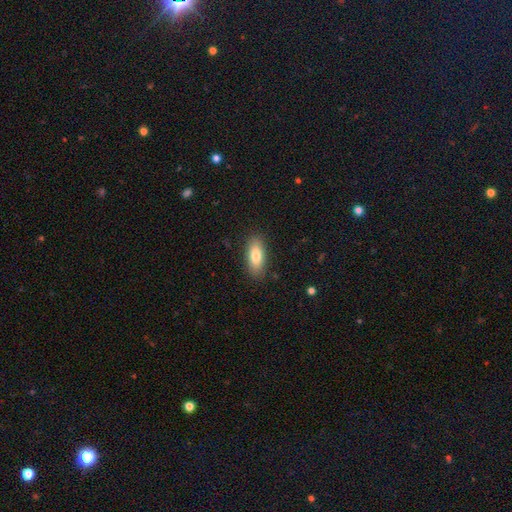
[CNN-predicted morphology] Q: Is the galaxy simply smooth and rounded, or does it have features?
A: smooth — 81%.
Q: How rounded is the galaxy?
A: in between — 80%.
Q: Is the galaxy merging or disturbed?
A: none — 87%.